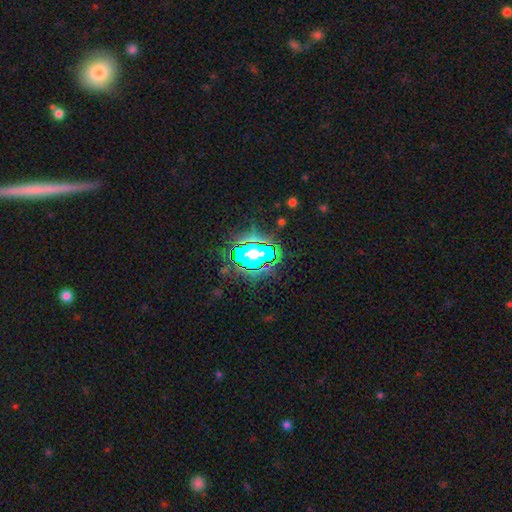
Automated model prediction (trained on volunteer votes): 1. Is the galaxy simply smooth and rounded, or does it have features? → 80% star or artifact, 12% smooth, 8% featured or disk.